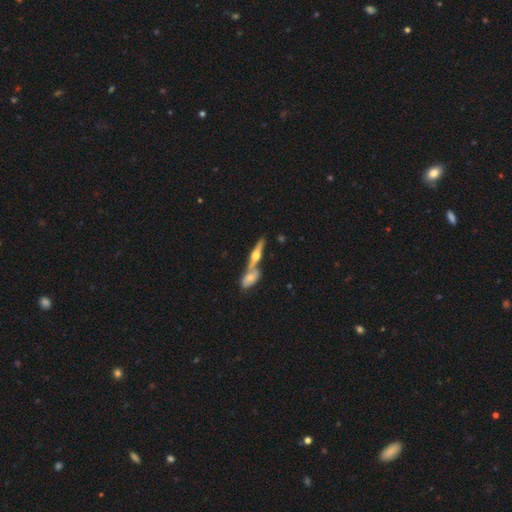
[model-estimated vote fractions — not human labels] Smooth or featured: featured or disk — 66% (smooth — 27%)
Edge-on disk: yes — 94% (no — 6%)
Edge-on bulge: rounded — 94% (boxy — 4%)
Merging: none — 47% (merger — 43%)